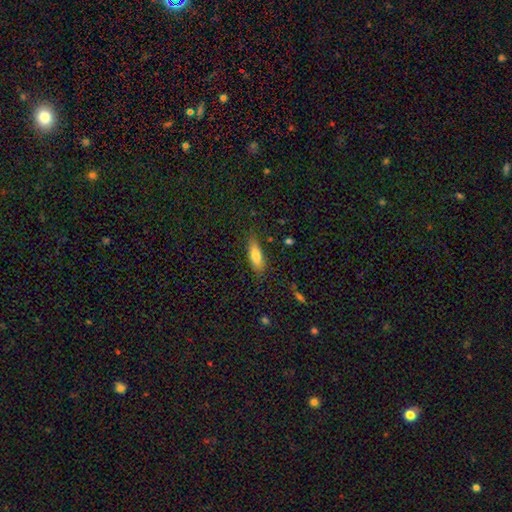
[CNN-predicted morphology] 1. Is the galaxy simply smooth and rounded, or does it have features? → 79% smooth, 14% featured or disk, 7% star or artifact.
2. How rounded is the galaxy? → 60% in between, 38% cigar-shaped, 2% round.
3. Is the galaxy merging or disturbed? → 81% none, 14% minor disturbance, 4% major disturbance, 2% merger.